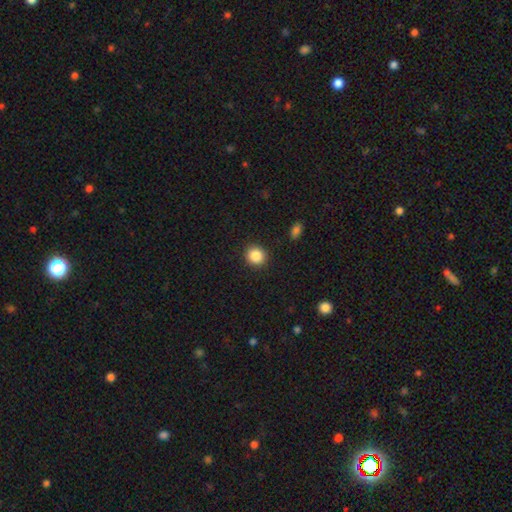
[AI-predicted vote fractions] A smooth galaxy with no disk features (87%) that is round (87%). Merging: none (91%).